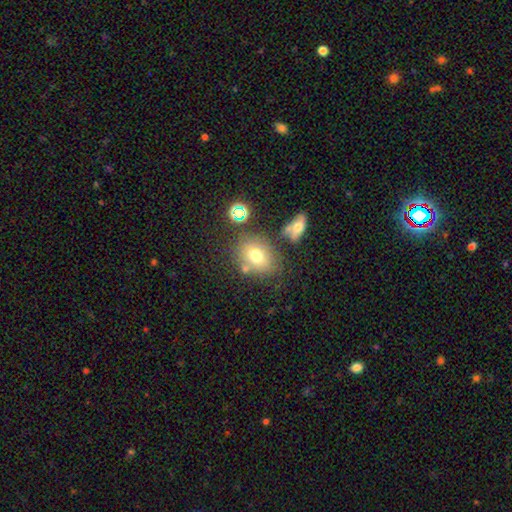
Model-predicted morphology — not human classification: Smooth or featured: smooth — 69% (featured or disk — 16%)
How rounded: in between — 57% (round — 42%)
Merging: none — 66% (minor disturbance — 16%)